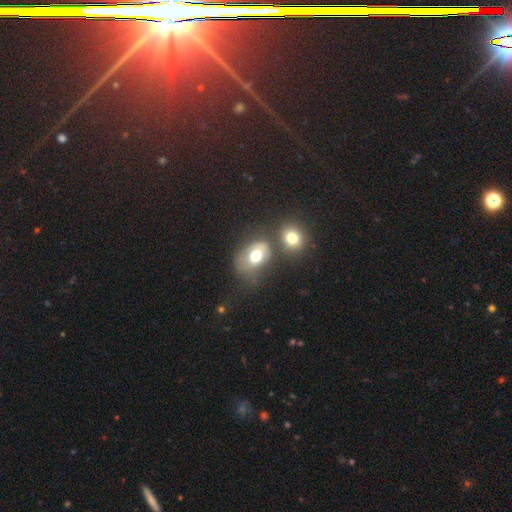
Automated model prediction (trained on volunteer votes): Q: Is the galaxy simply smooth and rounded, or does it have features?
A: smooth — 69%.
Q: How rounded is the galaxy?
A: in between — 64%.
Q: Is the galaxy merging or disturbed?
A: none — 40%.